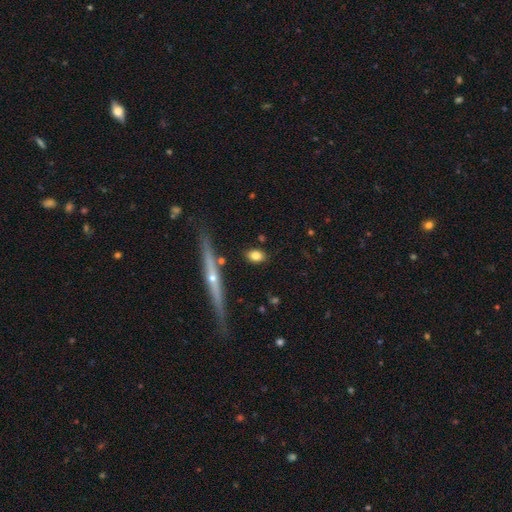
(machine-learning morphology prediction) Q: Smooth or featured?
A: smooth (76%); runner-up: featured or disk (15%)
Q: How rounded?
A: in between (74%); runner-up: round (20%)
Q: Merging?
A: none (84%); runner-up: minor disturbance (10%)